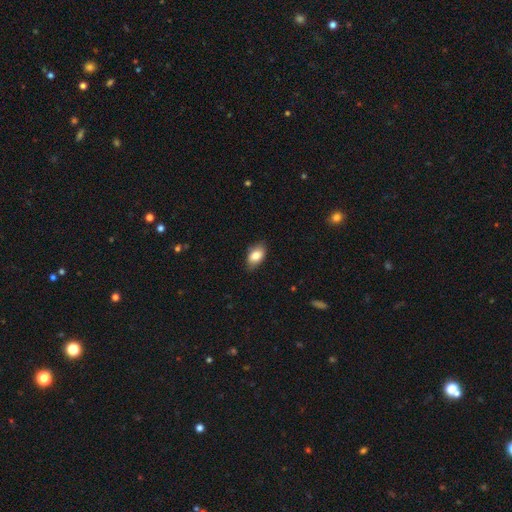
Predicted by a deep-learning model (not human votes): This is clearly a smooth galaxy (82%). How rounded: clearly in between (90%). Merging: clearly none (80%).